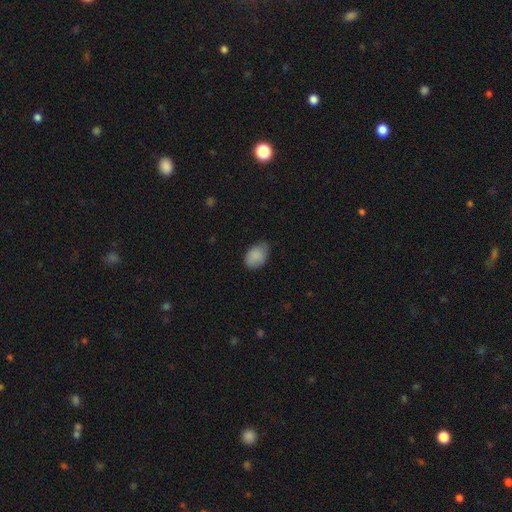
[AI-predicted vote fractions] The model was most divided on "merging": none: 65%, minor disturbance: 29%, major disturbance: 5%, merger: 1%. More confident: smooth or featured — smooth (87%); how rounded — in between (82%).